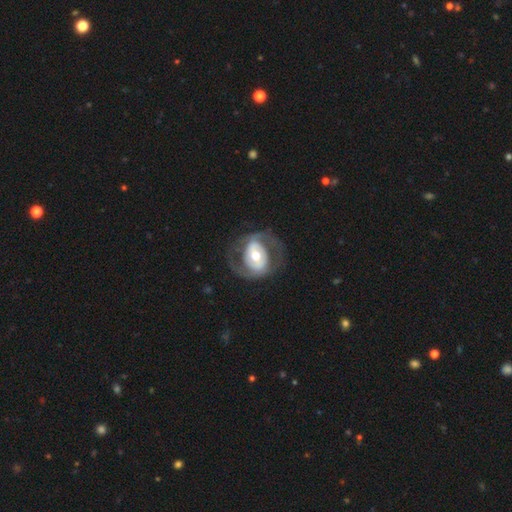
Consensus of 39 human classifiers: Morphology: type=featured or disk (74%); edge-on=no (93%); bar=no (67%); spiral arms=no (70%); bulge=moderate (70%); merging=none (69%).